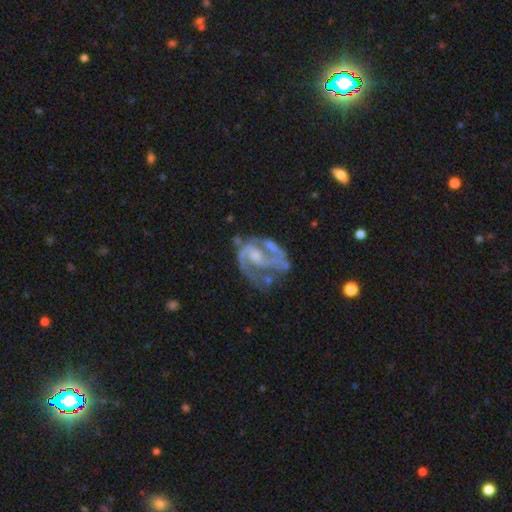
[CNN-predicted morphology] A featured or disk galaxy (84%) with a weak bar (43%), 2 (65%) medium (51%) spiral arms (88%) and a small central bulge (39%).

Vote fractions:
- Smooth or featured? featured or disk: 84% / smooth: 8% / star or artifact: 8%
- Edge-on disk? no: 98% / yes: 2%
- Bar? weak: 43% / no: 40% / strong: 17%
- Spiral arms? yes: 88% / no: 12%
- Spiral winding? medium: 51% / tight: 27% / loose: 22%
- Spiral arm count? 2: 65% / can't tell: 13% / 3: 9% / 1: 8% / 4: 2% / more than 4: 2%
- Bulge size? small: 39% / moderate: 35% / none: 20% / large: 4% / dominant: 1%
- Merging? none: 44% / major disturbance: 27% / minor disturbance: 21% / merger: 8%